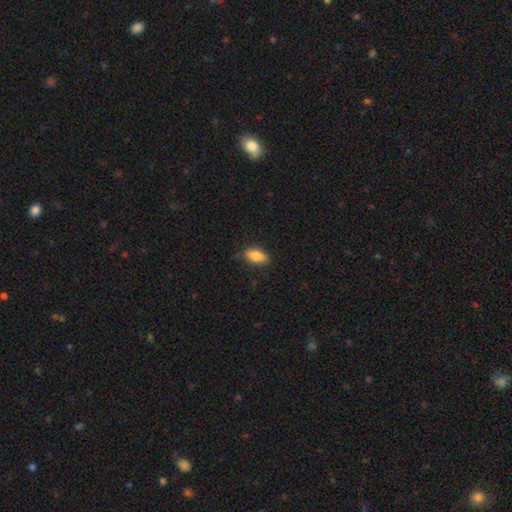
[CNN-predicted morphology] Smooth or featured? smooth (85%)
How rounded? in between (88%)
Merging? none (79%)